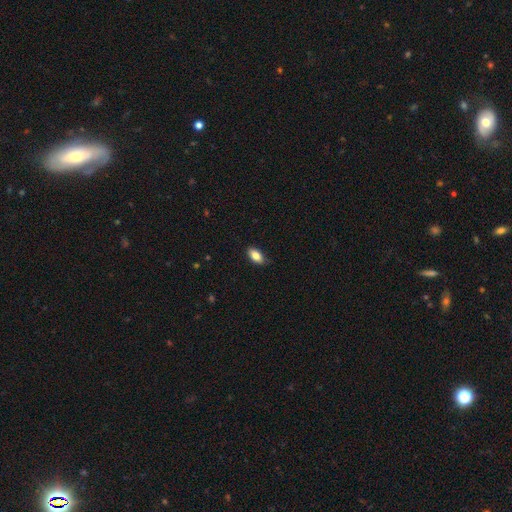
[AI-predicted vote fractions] smooth-or-featured: smooth: 84% | featured or disk: 8% | star or artifact: 7%
  how-rounded: in between: 90% | cigar-shaped: 6% | round: 4%
  merging: none: 83% | minor disturbance: 14% | major disturbance: 2% | merger: 1%